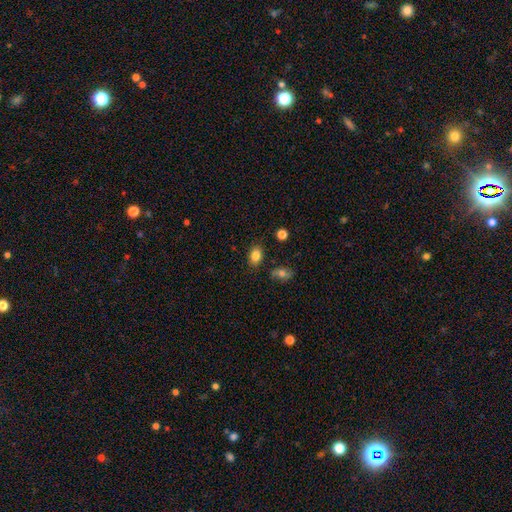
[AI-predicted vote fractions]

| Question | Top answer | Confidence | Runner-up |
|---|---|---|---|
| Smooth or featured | smooth | 84% | star or artifact (10%) |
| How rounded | in between | 80% | round (19%) |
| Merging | none | 81% | minor disturbance (13%) |